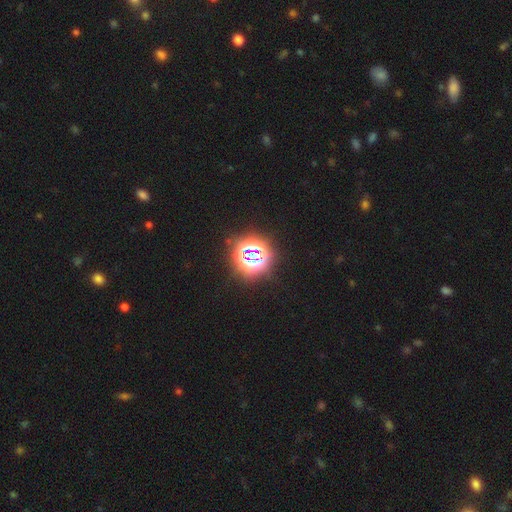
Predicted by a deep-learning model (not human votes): smooth_or_featured: star or artifact (p=0.75) [alt: smooth p=0.16]